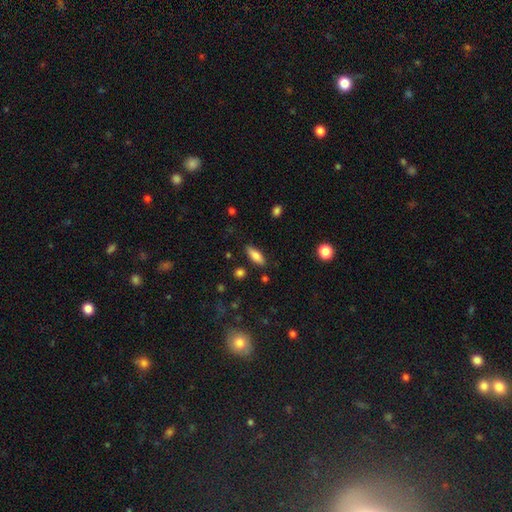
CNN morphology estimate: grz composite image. It shows a smooth galaxy with no disk features (78%) that is in between round and cigar-shaped (63%). Merging: none (83%).